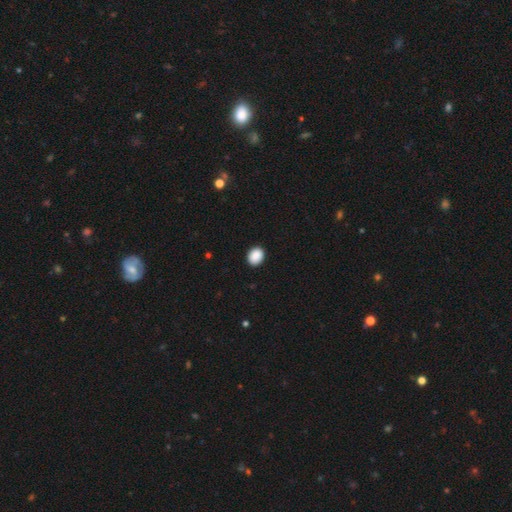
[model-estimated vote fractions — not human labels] A smooth galaxy with no disk features (90%) that is in between round and cigar-shaped (56%).

Vote fractions:
- Smooth or featured? smooth: 90% / star or artifact: 8% / featured or disk: 3%
- How rounded? in between: 56% / round: 43% / cigar-shaped: 1%
- Merging? none: 90% / minor disturbance: 7% / major disturbance: 2% / merger: 1%